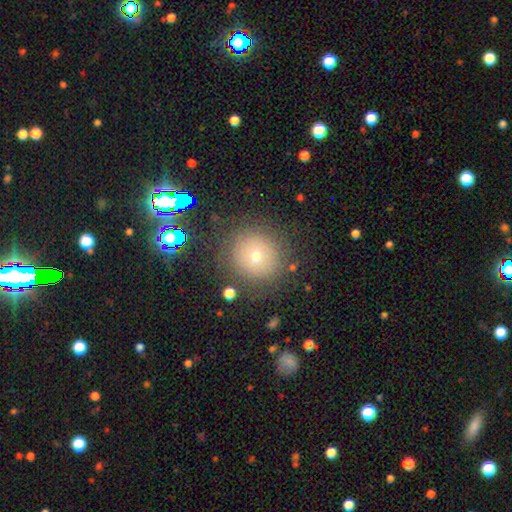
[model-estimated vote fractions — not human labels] Overall: smooth (64%). How rounded: round (92%). Merging: none (83%).